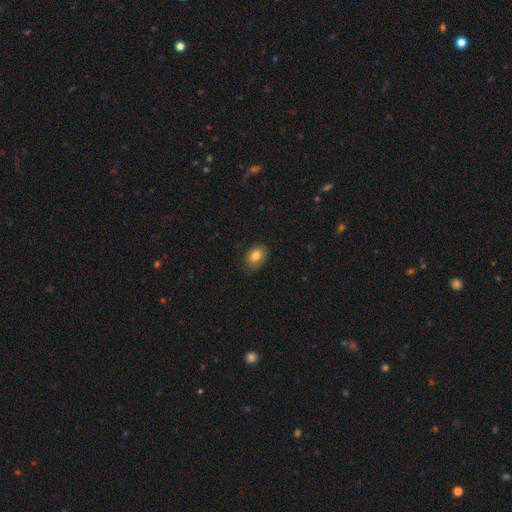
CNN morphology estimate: smooth 82%, star or artifact 9%, featured or disk 9%. Down the decision tree: how rounded — in between (71%); merging — none (82%).